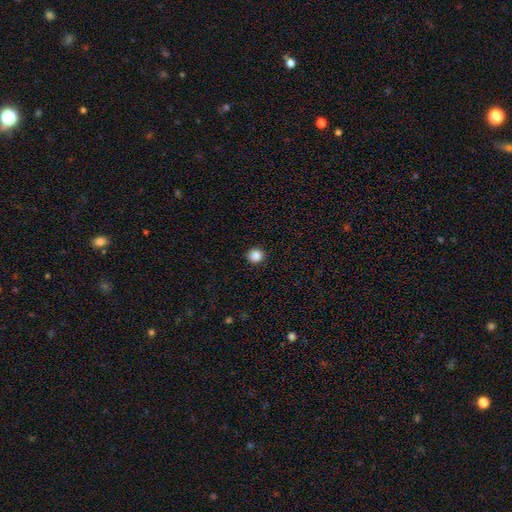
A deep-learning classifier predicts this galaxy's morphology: Overall: smooth (87%). How rounded: round (91%). Merging: none (92%).